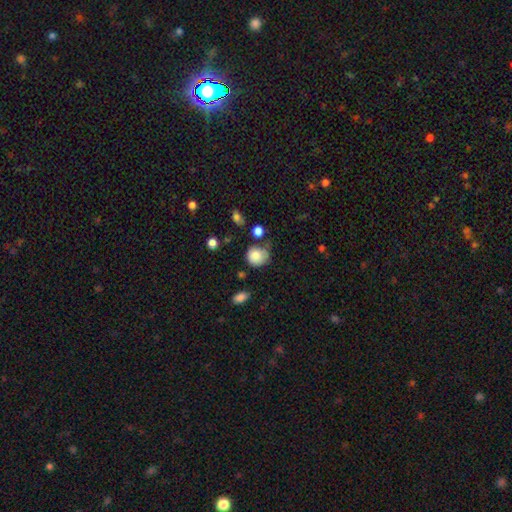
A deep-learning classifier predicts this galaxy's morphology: Smooth or featured? smooth (83%)
How rounded? round (79%)
Merging? none (55%)